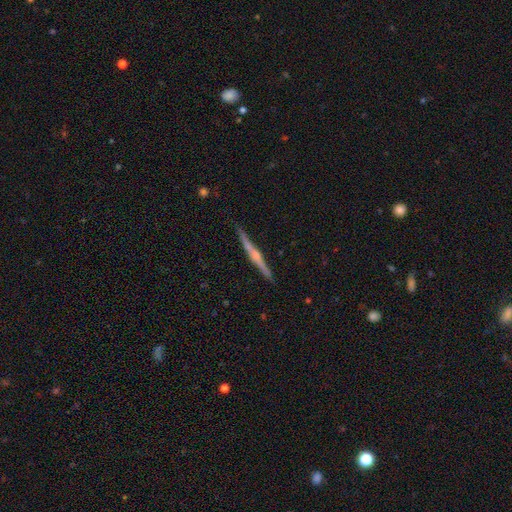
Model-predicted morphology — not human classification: The model was most divided on "smooth or featured": featured or disk: 78%, smooth: 16%, star or artifact: 6%. More confident: edge-on disk — yes (98%); merging — none (89%); edge-on bulge — rounded (77%).